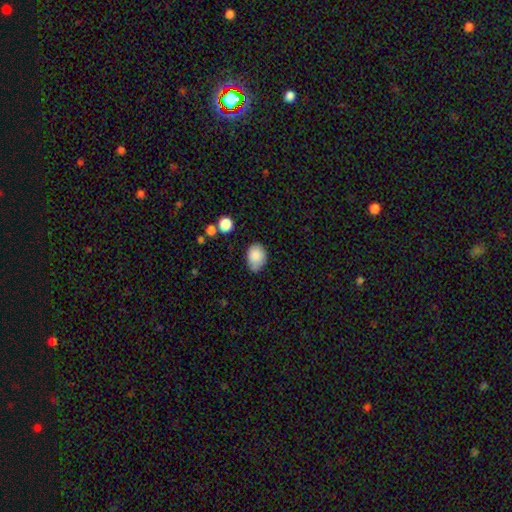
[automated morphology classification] This is clearly a smooth galaxy (86%). How rounded: likely in between (68%). Merging: likely none (61%).